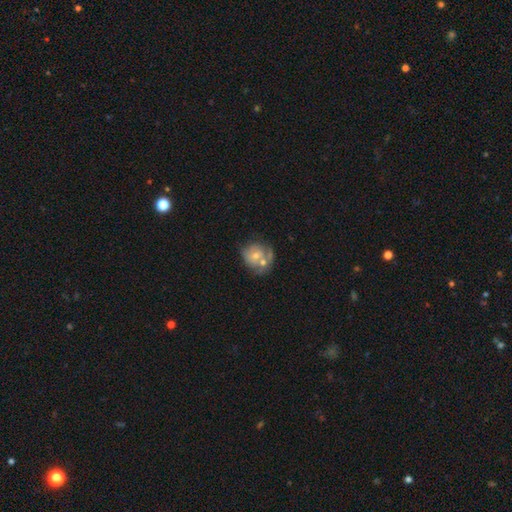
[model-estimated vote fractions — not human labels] Smooth or featured: smooth — 49% (featured or disk — 43%)
Merging: merger — 42% (none — 32%)